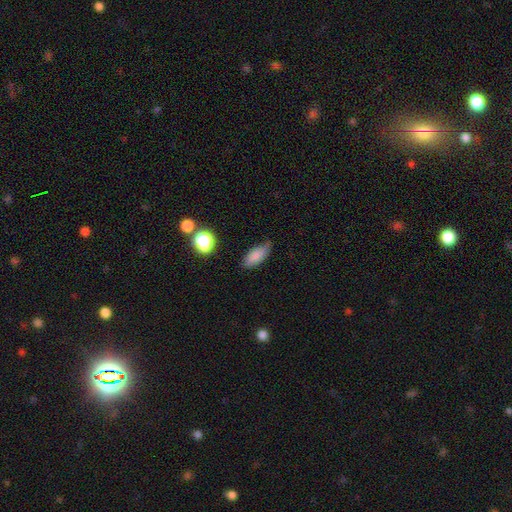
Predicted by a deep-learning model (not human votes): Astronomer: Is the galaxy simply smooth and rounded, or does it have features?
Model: smooth — 82%.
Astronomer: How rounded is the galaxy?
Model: in between — 82%.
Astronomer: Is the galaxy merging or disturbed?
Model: none — 63%.